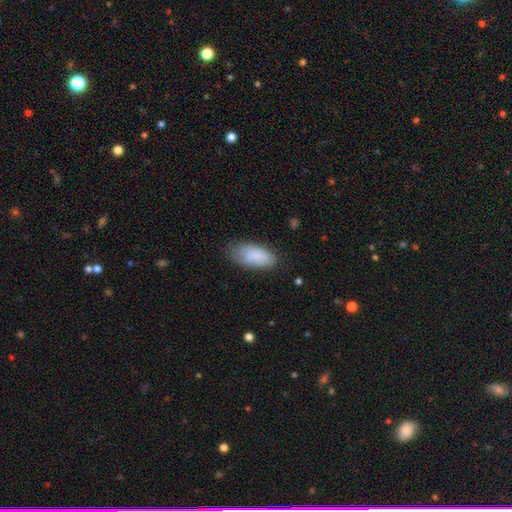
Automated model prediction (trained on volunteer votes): The model was most divided on "merging": none: 65%, minor disturbance: 27%, major disturbance: 7%, merger: 2%. More confident: how rounded — in between (90%); smooth or featured — smooth (85%).